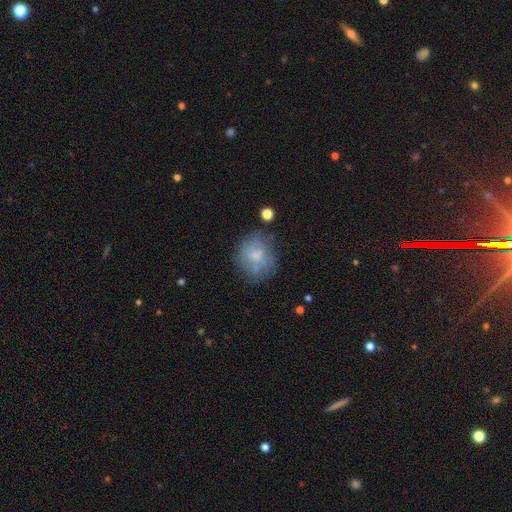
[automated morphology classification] smooth-or-featured: smooth: 54% | featured or disk: 36% | star or artifact: 10%
  how-rounded: round: 71% | in between: 28% | cigar-shaped: 1%
  merging: none: 58% | minor disturbance: 24% | major disturbance: 13% | merger: 5%